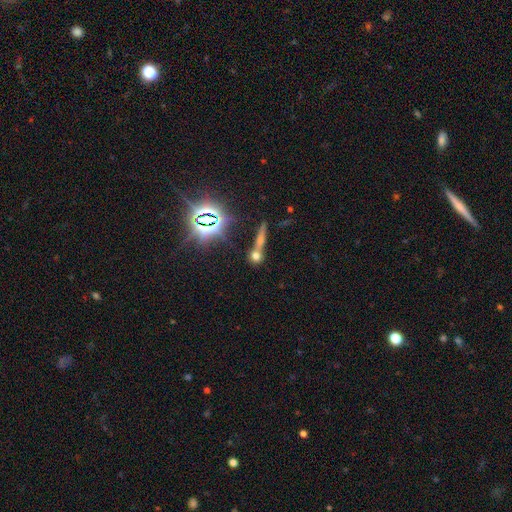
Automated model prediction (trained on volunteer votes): Q: Smooth or featured?
A: smooth (51%); runner-up: star or artifact (30%)
Q: How rounded?
A: round (56%); runner-up: cigar-shaped (25%)
Q: Merging?
A: none (47%); runner-up: merger (40%)